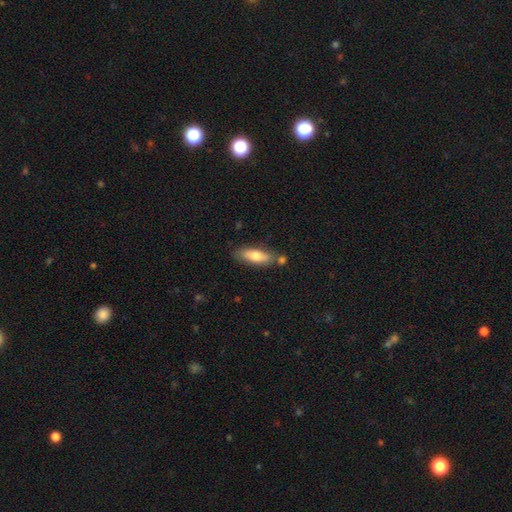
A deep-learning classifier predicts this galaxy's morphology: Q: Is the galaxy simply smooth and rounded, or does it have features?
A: smooth — 70%.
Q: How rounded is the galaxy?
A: in between — 62%.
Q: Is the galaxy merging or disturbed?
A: none — 70%.